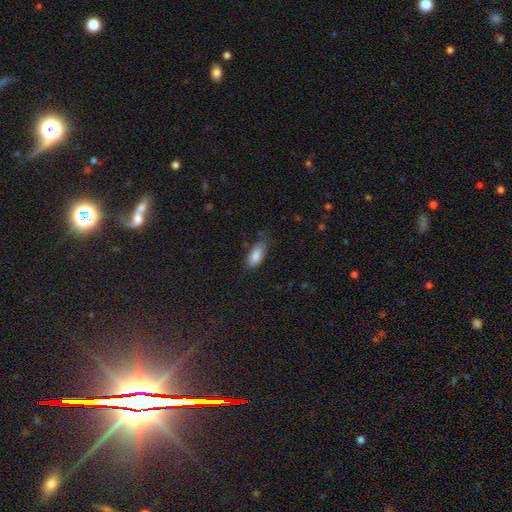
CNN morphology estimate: The model was most divided on "merging": none: 61%, minor disturbance: 29%, major disturbance: 8%, merger: 2%. More confident: how rounded — in between (86%); smooth or featured — smooth (85%).